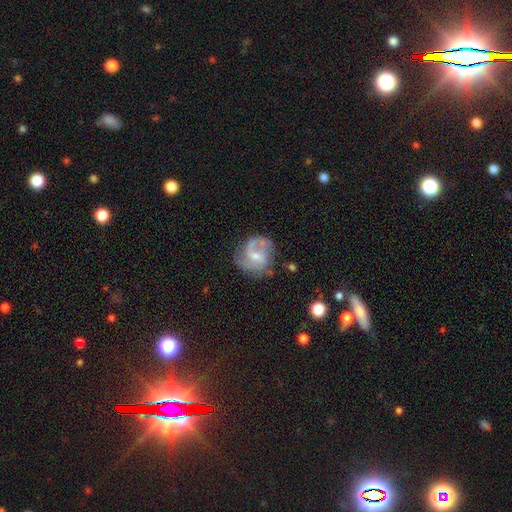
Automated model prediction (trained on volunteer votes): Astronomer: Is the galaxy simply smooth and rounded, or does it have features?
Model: featured or disk — 71%.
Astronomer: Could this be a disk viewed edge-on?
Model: no — 98%.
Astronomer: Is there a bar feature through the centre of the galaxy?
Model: weak — 53% (runner-up: no, 35%).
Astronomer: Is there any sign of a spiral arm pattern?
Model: yes — 87%.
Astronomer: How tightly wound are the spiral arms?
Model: medium — 46% (runner-up: loose, 34%).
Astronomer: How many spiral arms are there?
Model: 2 — 60%.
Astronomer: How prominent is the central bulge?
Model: small — 46% (runner-up: moderate, 44%).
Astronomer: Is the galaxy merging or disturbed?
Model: none — 60%.